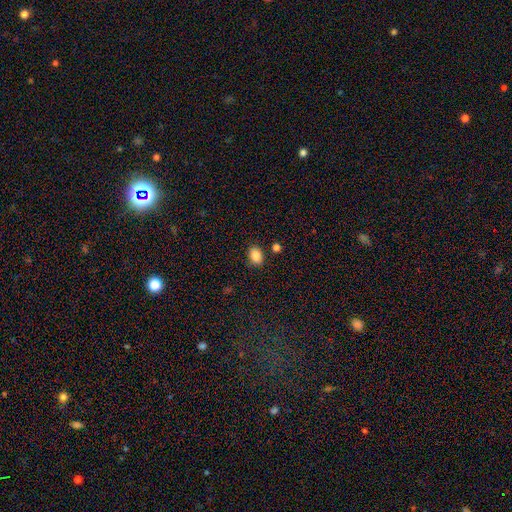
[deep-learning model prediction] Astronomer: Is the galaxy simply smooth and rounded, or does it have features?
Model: smooth — 87%.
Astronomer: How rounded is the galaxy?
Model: in between — 76%.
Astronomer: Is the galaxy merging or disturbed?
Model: none — 82%.